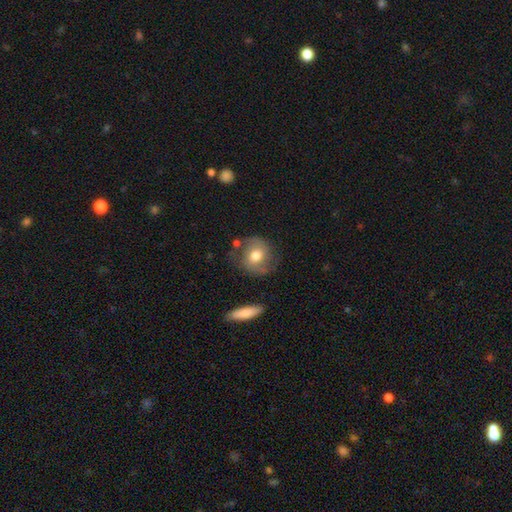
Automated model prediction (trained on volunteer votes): featured or disk 50%, smooth 42%, star or artifact 7%. Down the decision tree: edge-on disk — no (95%); merging — none (71%).